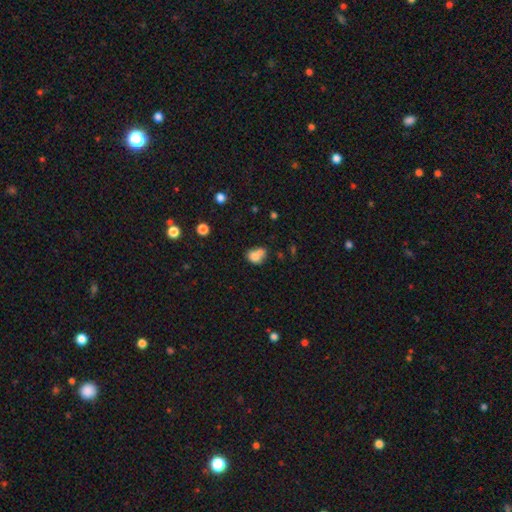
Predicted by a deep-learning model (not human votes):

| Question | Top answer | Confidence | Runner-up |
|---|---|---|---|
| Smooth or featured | smooth | 74% | featured or disk (15%) |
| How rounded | round | 53% | in between (46%) |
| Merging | merger | 58% | none (27%) |